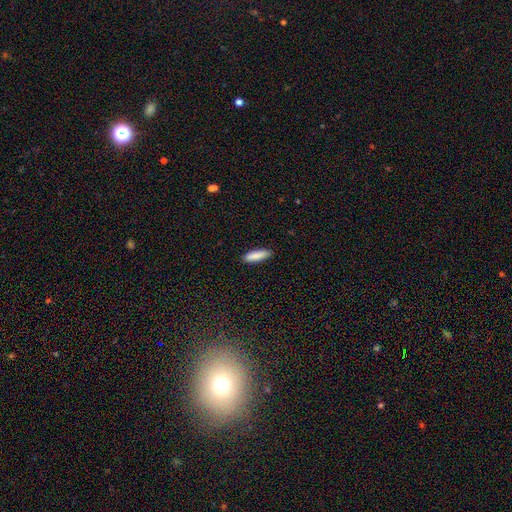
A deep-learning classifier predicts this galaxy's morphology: Smooth or featured?
  - smooth: 88% *
  - featured or disk: 6%
  - star or artifact: 6%
How rounded?
  - cigar-shaped: 67% *
  - in between: 31%
  - round: 1%
Merging?
  - none: 89% *
  - minor disturbance: 8%
  - major disturbance: 2%
  - merger: 1%